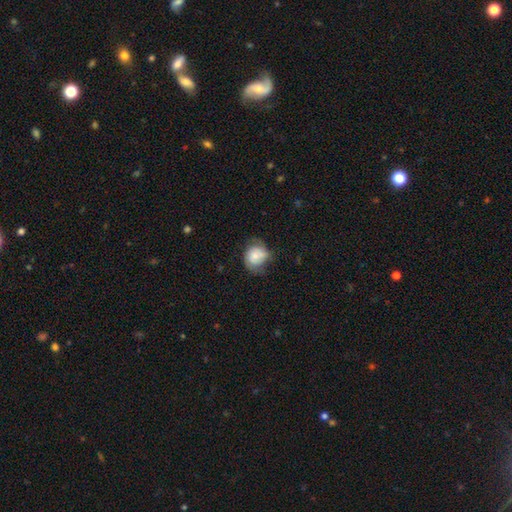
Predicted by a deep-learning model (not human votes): Smooth or featured?
  - smooth: 64% *
  - featured or disk: 28%
  - star or artifact: 8%
How rounded?
  - round: 65% *
  - in between: 34%
  - cigar-shaped: 1%
Merging?
  - none: 50% *
  - minor disturbance: 33%
  - major disturbance: 14%
  - merger: 3%